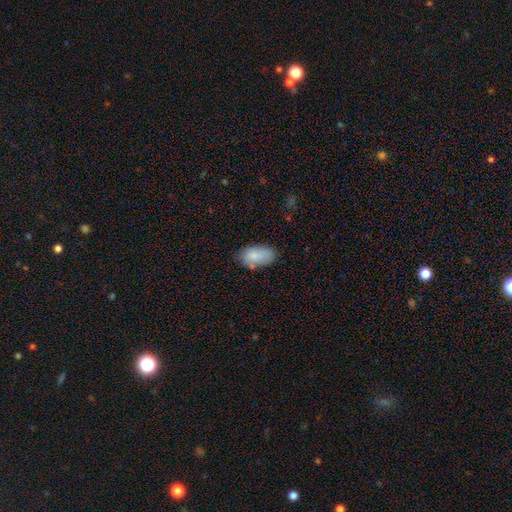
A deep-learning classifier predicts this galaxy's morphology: This appears to be a smooth galaxy with no disk features (84%) that is in between round and cigar-shaped (94%). Merging: none (70%).